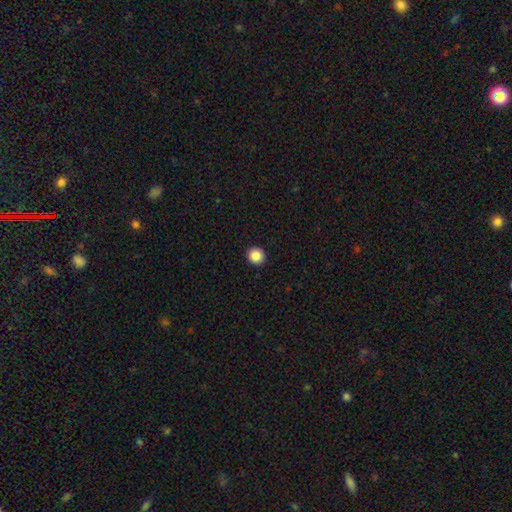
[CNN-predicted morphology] type=smooth (87%); roundness=round (94%); merging=none (94%).